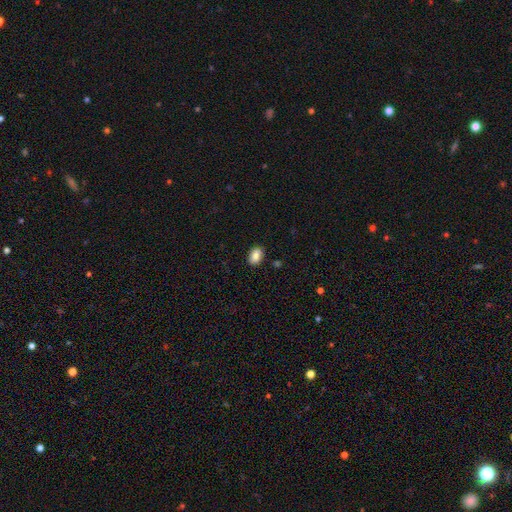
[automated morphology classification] A smooth galaxy with no disk features (85%) that is in between round and cigar-shaped (86%).

Vote fractions:
- Smooth or featured? smooth: 85% / star or artifact: 8% / featured or disk: 7%
- How rounded? in between: 86% / round: 13% / cigar-shaped: 1%
- Merging? none: 88% / minor disturbance: 8% / major disturbance: 2% / merger: 1%